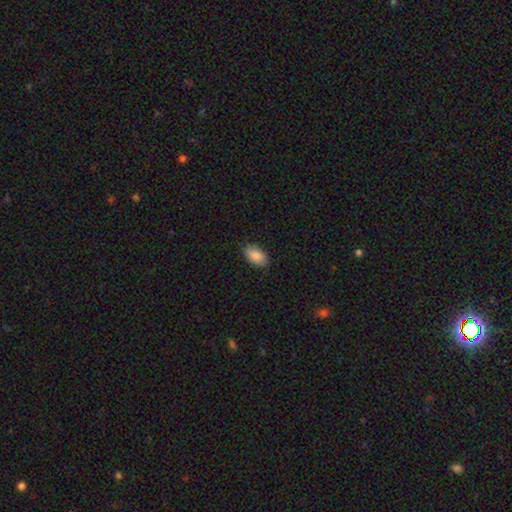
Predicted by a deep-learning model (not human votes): Smooth or featured: smooth — 89% (star or artifact — 7%)
How rounded: in between — 94% (round — 4%)
Merging: none — 86% (minor disturbance — 11%)